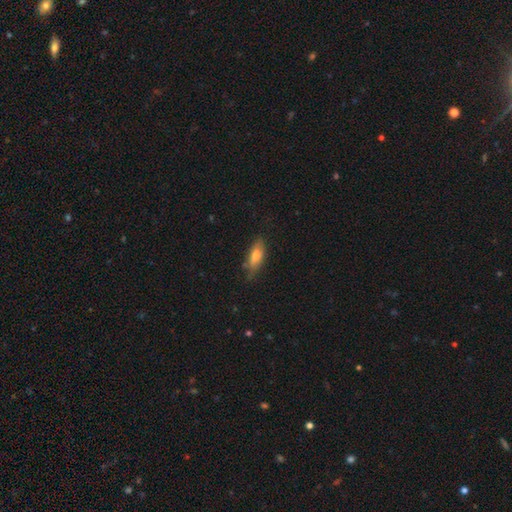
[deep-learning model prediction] Smooth or featured? Predicted: smooth (p=0.64). How rounded? Predicted: in between (p=0.65). Merging? Predicted: none (p=0.67).